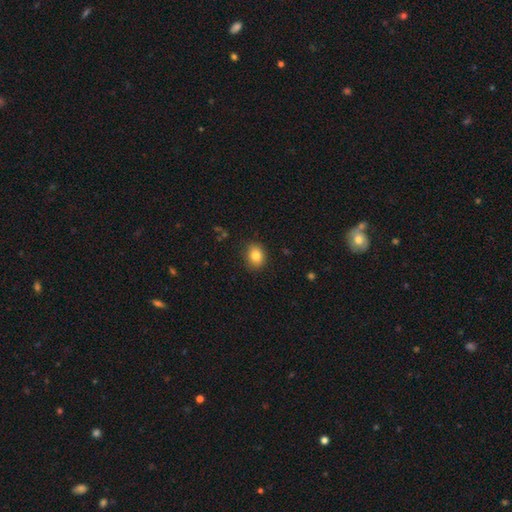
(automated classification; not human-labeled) Overall: smooth (83%). How rounded: round (52%; in between 47%). Merging: none (87%).